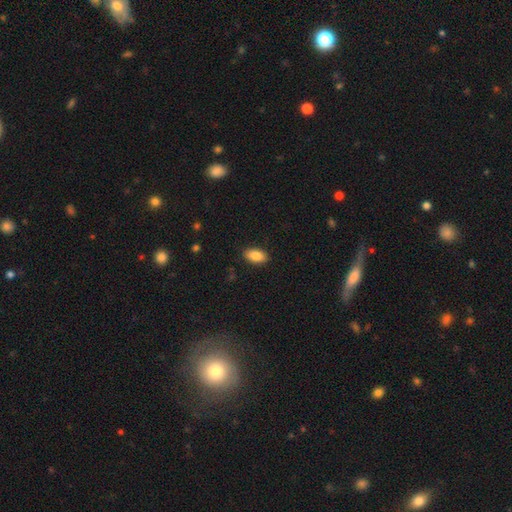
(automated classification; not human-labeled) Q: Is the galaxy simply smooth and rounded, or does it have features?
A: smooth — 86%.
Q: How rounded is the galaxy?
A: in between — 92%.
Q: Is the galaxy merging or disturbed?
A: none — 89%.